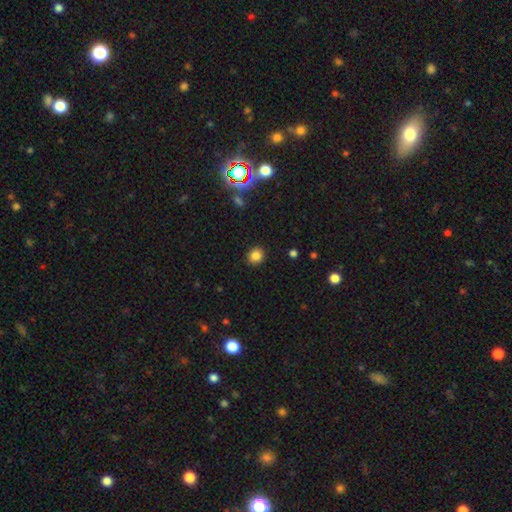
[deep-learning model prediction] Smooth or featured? smooth (83%)
How rounded? round (81%)
Merging? none (90%)